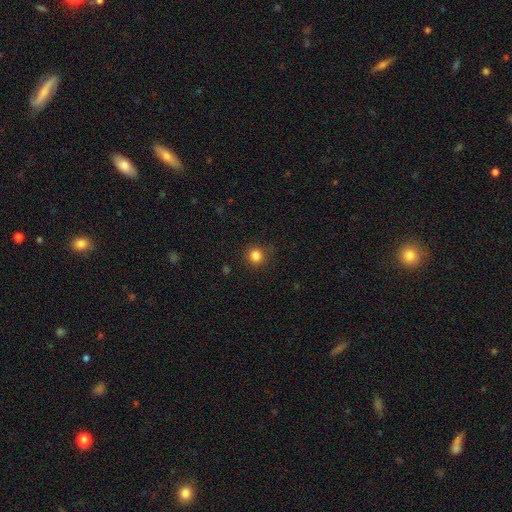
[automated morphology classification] Q: Smooth or featured?
A: smooth (84%); runner-up: star or artifact (12%)
Q: How rounded?
A: round (91%); runner-up: in between (8%)
Q: Merging?
A: none (89%); runner-up: minor disturbance (7%)